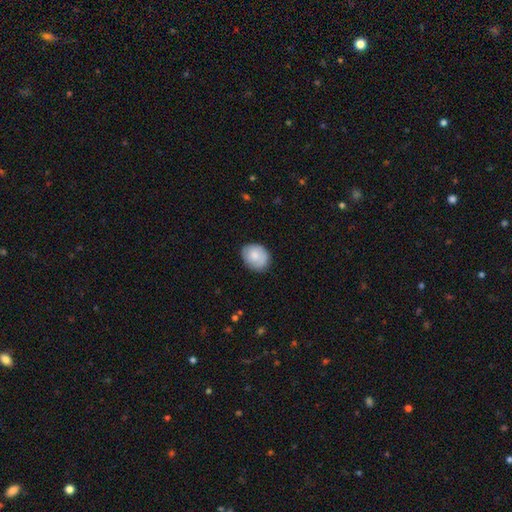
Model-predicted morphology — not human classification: Smooth or featured? smooth (75%)
How rounded? round (52%)
Merging? none (76%)